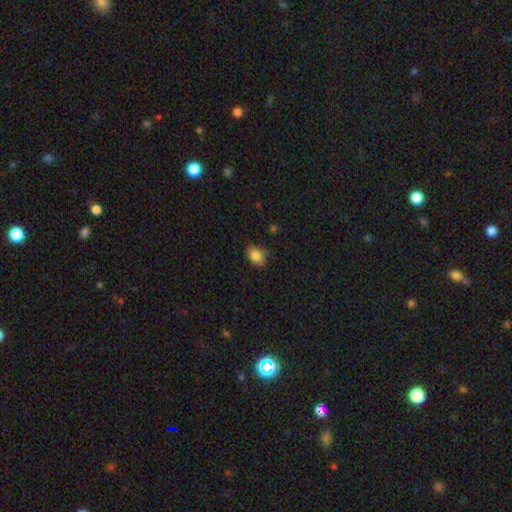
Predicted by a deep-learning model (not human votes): smooth-or-featured: smooth: 85% | star or artifact: 9% | featured or disk: 6%
  how-rounded: in between: 65% | round: 34% | cigar-shaped: 1%
  merging: none: 75% | minor disturbance: 20% | major disturbance: 3% | merger: 1%